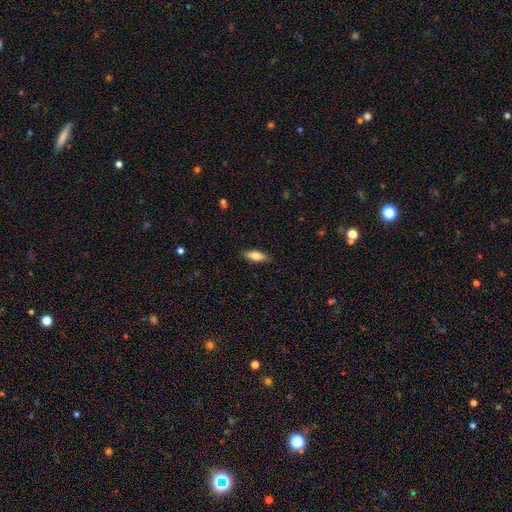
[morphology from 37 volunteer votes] This is clearly a smooth galaxy (81%). How rounded: clearly in between (80%). Merging: clearly none (83%).